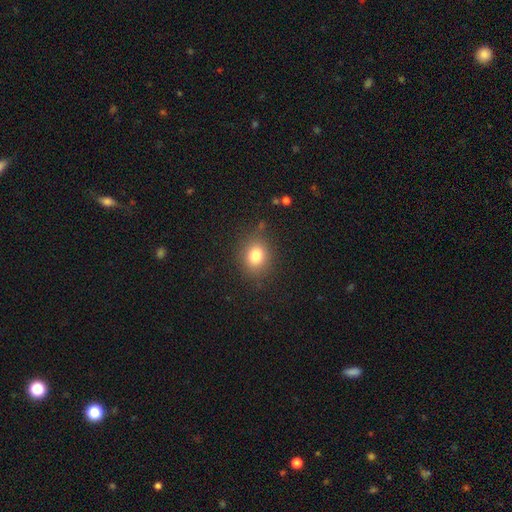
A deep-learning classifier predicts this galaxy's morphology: smooth-or-featured: smooth: 81% | star or artifact: 11% | featured or disk: 8%
  how-rounded: round: 57% | in between: 42% | cigar-shaped: 1%
  merging: none: 83% | minor disturbance: 11% | major disturbance: 4% | merger: 2%